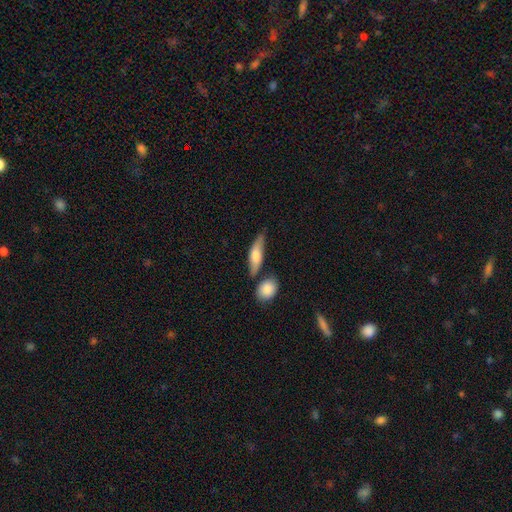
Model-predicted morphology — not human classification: Smooth or featured?
  - smooth: 65% *
  - featured or disk: 29%
  - star or artifact: 6%
How rounded?
  - cigar-shaped: 50% *
  - in between: 46%
  - round: 4%
Merging?
  - none: 62% *
  - minor disturbance: 20%
  - merger: 12%
  - major disturbance: 5%